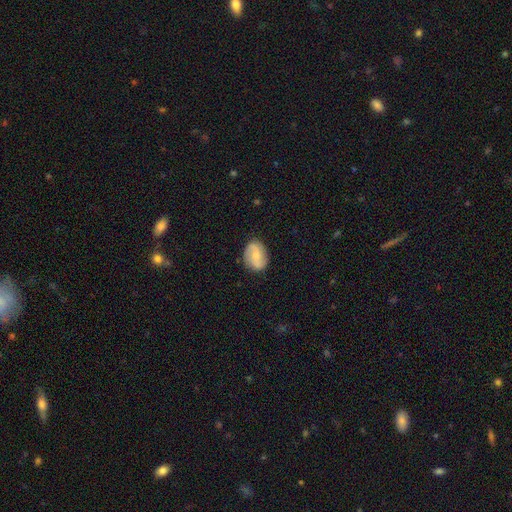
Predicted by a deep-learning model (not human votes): smooth-or-featured: featured or disk: 55% | smooth: 38% | star or artifact: 7%
  disk-edge-on: no: 97% | yes: 3%
    bar: no: 50% | weak: 38% | strong: 11%
    has-spiral-arms: yes: 89% | no: 11%
    bulge-size: small: 52% | moderate: 36% | none: 8% | large: 2% | dominant: 1%
  merging: none: 81% | minor disturbance: 14% | major disturbance: 3% | merger: 1%